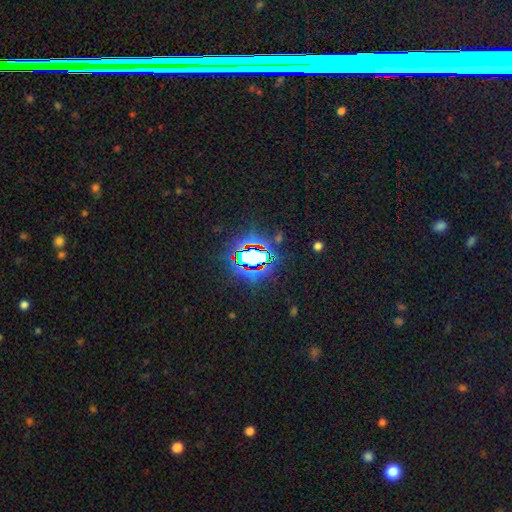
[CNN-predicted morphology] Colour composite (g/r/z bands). It shows a star or artifact, not a galaxy (69%).